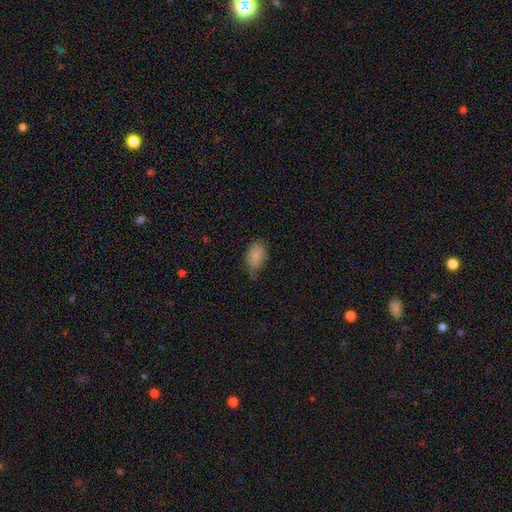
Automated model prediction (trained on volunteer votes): smooth-or-featured: smooth: 82% | featured or disk: 10% | star or artifact: 8%
  how-rounded: in between: 89% | round: 10% | cigar-shaped: 1%
  merging: none: 50% | minor disturbance: 38% | major disturbance: 10% | merger: 2%